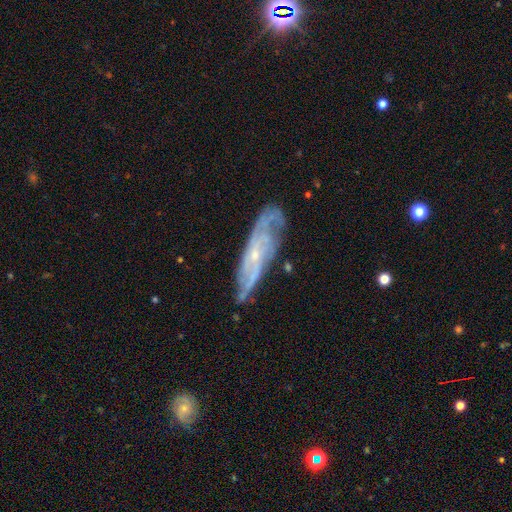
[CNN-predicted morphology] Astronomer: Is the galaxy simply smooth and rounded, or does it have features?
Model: featured or disk — 81%.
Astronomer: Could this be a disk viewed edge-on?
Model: no — 78%.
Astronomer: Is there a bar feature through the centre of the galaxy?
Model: no — 64%.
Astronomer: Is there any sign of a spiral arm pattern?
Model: yes — 93%.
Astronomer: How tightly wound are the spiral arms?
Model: tight — 52% (runner-up: medium, 37%).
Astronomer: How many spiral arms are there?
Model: can't tell — 36% (runner-up: 2, 27%).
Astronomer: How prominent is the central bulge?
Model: small — 81%.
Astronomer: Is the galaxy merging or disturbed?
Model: none — 71%.